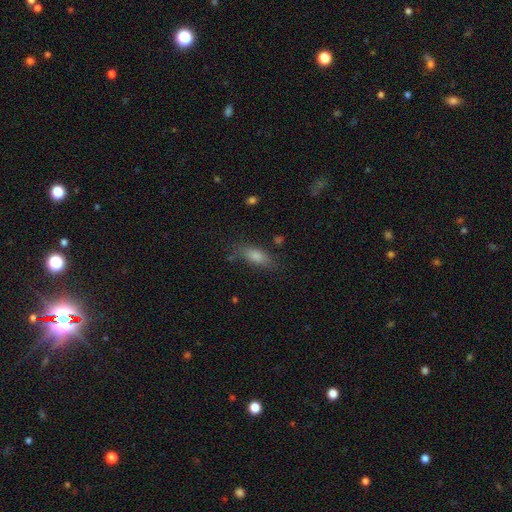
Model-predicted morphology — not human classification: smooth-or-featured: smooth: 72% | featured or disk: 15% | star or artifact: 13%
  how-rounded: in between: 66% | cigar-shaped: 30% | round: 4%
  merging: none: 75% | minor disturbance: 17% | major disturbance: 6% | merger: 3%